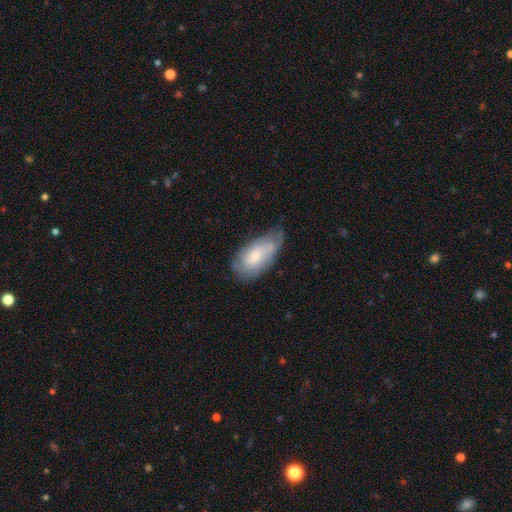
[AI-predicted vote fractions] This is possibly a smooth galaxy (52%). How rounded: clearly in between (89%). Merging: possibly none (49%).